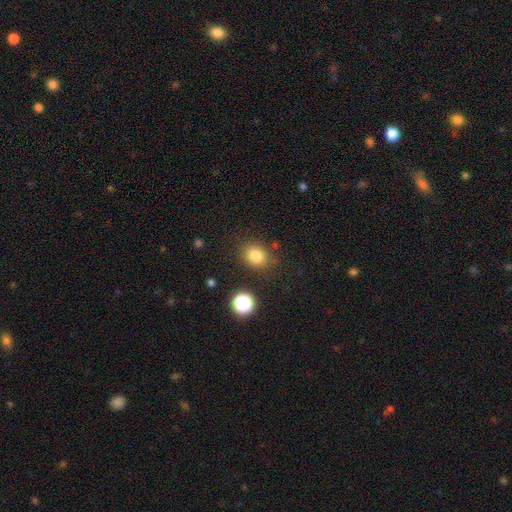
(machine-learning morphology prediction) smooth_or_featured: smooth (p=0.81) [alt: star or artifact p=0.13]
how_rounded: round (p=0.53) [alt: in between p=0.46]
merging: none (p=0.81) [alt: minor disturbance p=0.12]